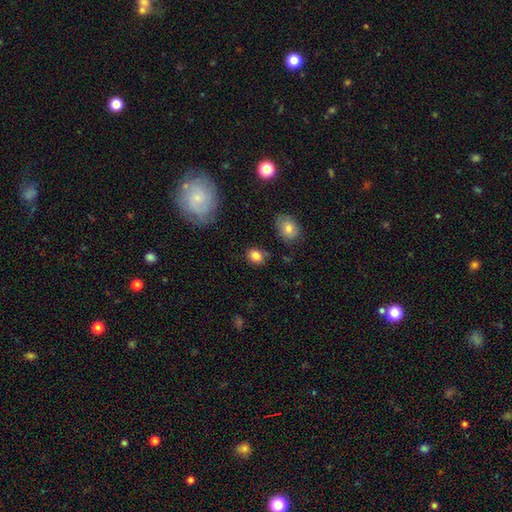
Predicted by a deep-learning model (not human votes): smooth 84%, star or artifact 9%, featured or disk 7%. Down the decision tree: how rounded — in between (57%); merging — none (78%).